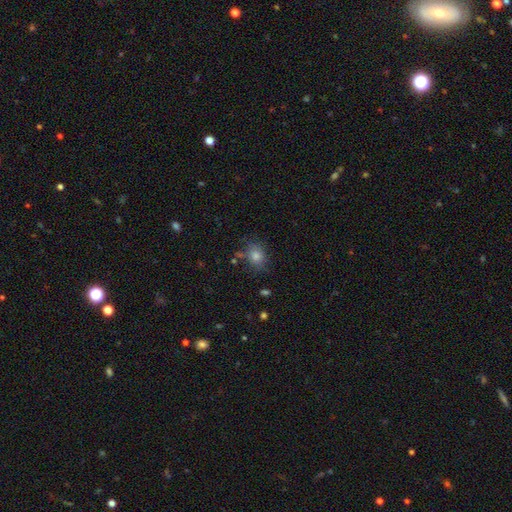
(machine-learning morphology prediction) Q: Smooth or featured?
A: smooth (73%); runner-up: star or artifact (18%)
Q: How rounded?
A: round (64%); runner-up: in between (35%)
Q: Merging?
A: none (75%); runner-up: minor disturbance (15%)